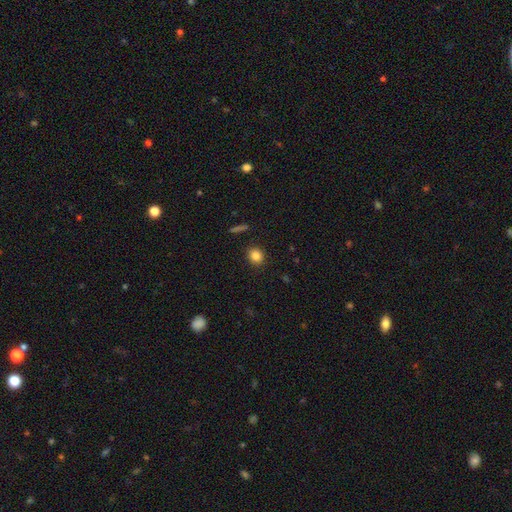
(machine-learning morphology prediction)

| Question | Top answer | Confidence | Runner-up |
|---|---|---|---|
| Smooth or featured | smooth | 84% | star or artifact (11%) |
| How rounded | round | 79% | in between (20%) |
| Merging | none | 90% | minor disturbance (6%) |